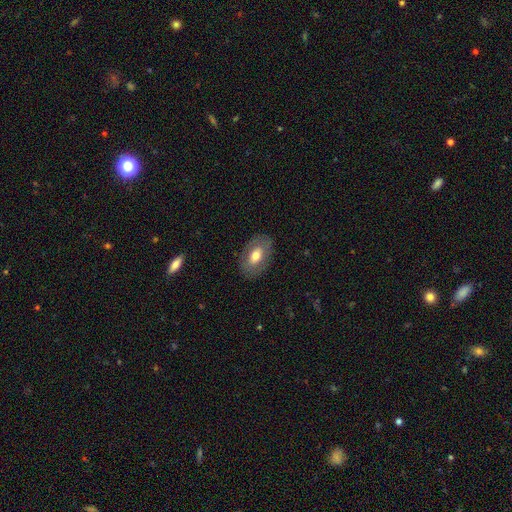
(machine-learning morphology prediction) Smooth or featured?
  - smooth: 61% *
  - featured or disk: 33%
  - star or artifact: 7%
How rounded?
  - in between: 87% *
  - round: 11%
  - cigar-shaped: 1%
Merging?
  - none: 84% *
  - minor disturbance: 11%
  - major disturbance: 4%
  - merger: 1%